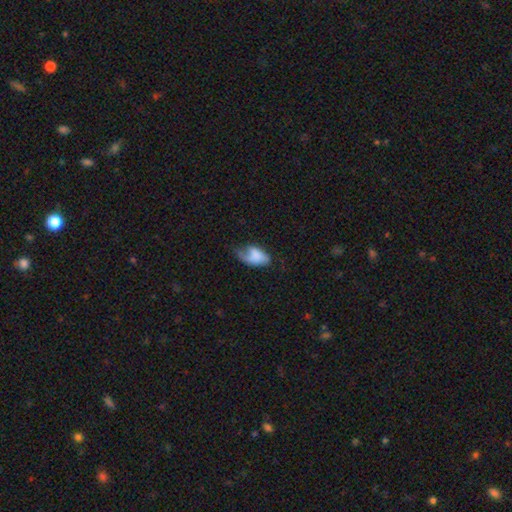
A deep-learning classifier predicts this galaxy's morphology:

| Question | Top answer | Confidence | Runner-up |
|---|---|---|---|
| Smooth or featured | smooth | 68% | featured or disk (25%) |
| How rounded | in between | 92% | round (5%) |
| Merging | minor disturbance | 34% | major disturbance (33%) |